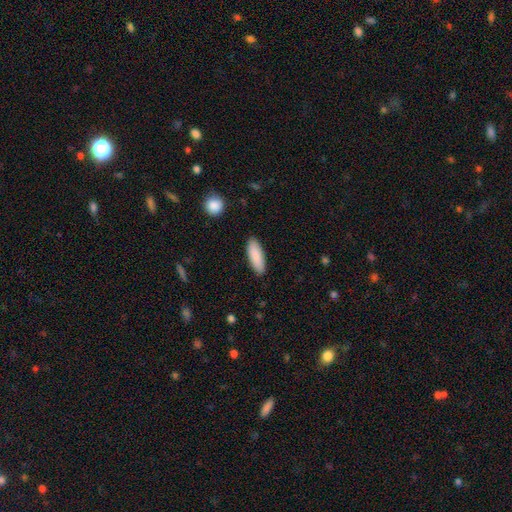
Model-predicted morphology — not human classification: Overall: smooth (87%). How rounded: in between (64%; cigar-shaped 35%). Merging: none (89%).